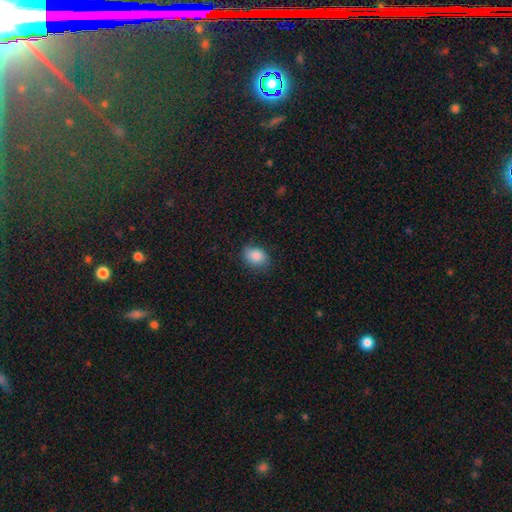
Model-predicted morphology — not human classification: Overall: smooth (86%). How rounded: in between (72%). Merging: none (80%).